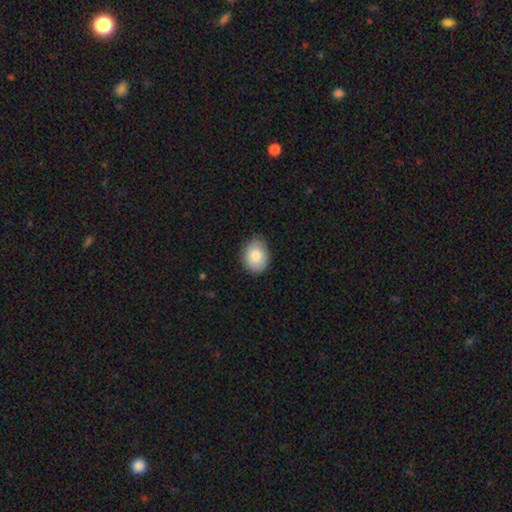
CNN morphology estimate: Smooth or featured? Predicted: smooth (p=0.82). How rounded? Predicted: in between (p=0.59). Merging? Predicted: none (p=0.80).